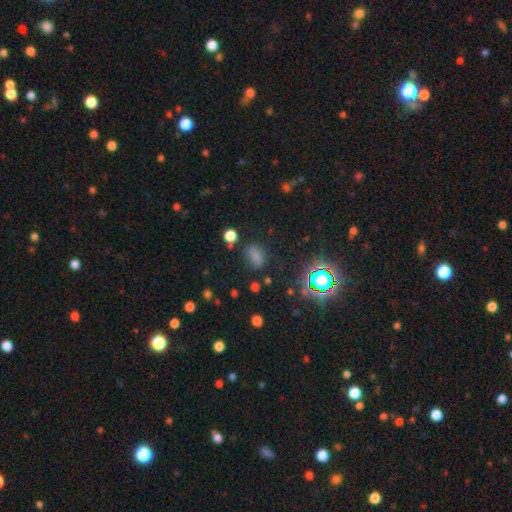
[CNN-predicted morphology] This appears to be a smooth galaxy with no disk features (69%) that is in between round and cigar-shaped (75%). Merging: none (68%).